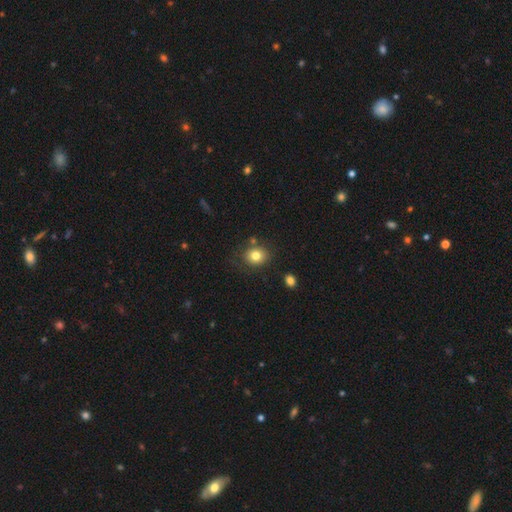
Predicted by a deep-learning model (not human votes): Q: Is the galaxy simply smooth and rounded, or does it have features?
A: smooth — 79%.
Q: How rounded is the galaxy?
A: round — 66%.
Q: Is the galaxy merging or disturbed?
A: none — 75%.